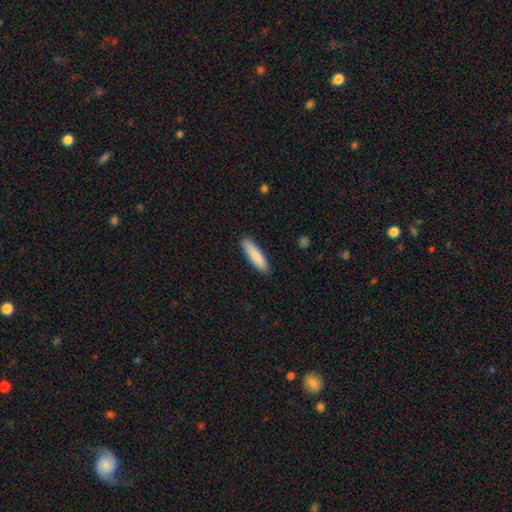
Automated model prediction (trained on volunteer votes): This appears to be a smooth galaxy with no disk features (86%) that is cigar-shaped (79%). Merging: none (89%).